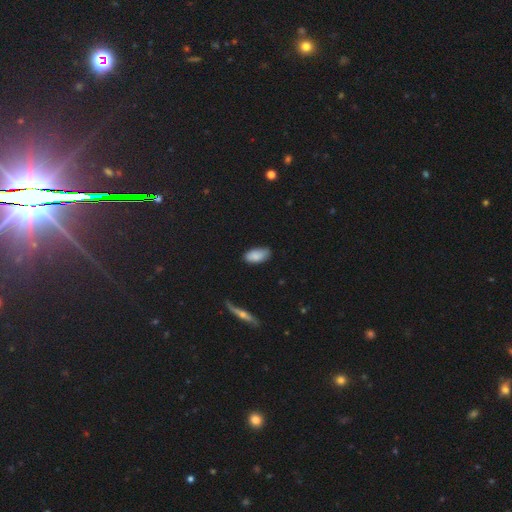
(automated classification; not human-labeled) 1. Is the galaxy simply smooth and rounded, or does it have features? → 83% smooth, 10% featured or disk, 7% star or artifact.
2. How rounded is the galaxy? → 93% in between, 4% cigar-shaped, 3% round.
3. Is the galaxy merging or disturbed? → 68% none, 27% minor disturbance, 4% major disturbance, 2% merger.